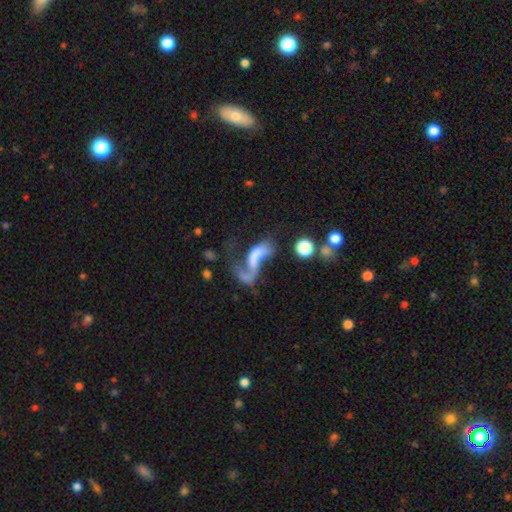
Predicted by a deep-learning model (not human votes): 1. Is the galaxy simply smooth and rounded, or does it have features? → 55% featured or disk, 32% smooth, 13% star or artifact.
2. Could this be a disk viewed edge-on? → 94% no, 6% yes.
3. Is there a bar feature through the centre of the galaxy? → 59% no, 25% weak, 16% strong.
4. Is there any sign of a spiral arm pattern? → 55% yes, 45% no.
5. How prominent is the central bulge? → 53% none, 19% small, 15% moderate, 9% large, 4% dominant.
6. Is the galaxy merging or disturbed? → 43% major disturbance, 28% merger, 19% none, 10% minor disturbance.